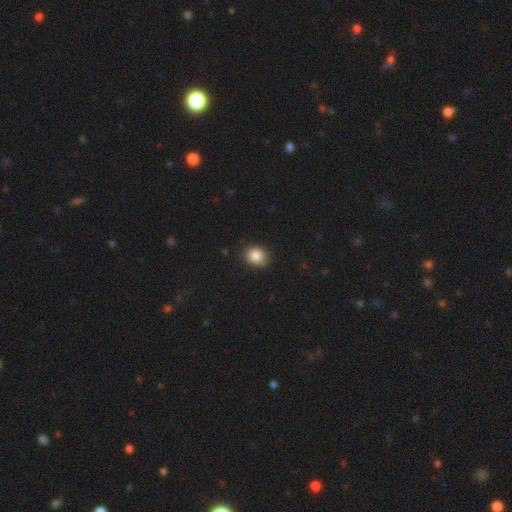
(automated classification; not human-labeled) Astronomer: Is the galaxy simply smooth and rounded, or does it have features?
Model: smooth — 86%.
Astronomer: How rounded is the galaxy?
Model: round — 64%.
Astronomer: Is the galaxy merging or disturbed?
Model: none — 84%.